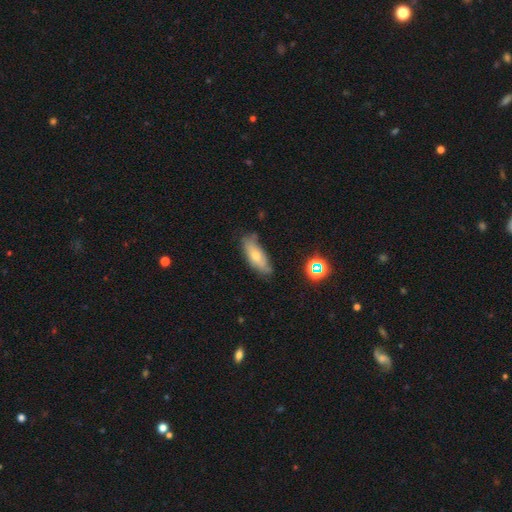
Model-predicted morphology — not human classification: Overall: smooth (58%; featured or disk 32%). How rounded: in between (67%; cigar-shaped 29%). Merging: none (72%).